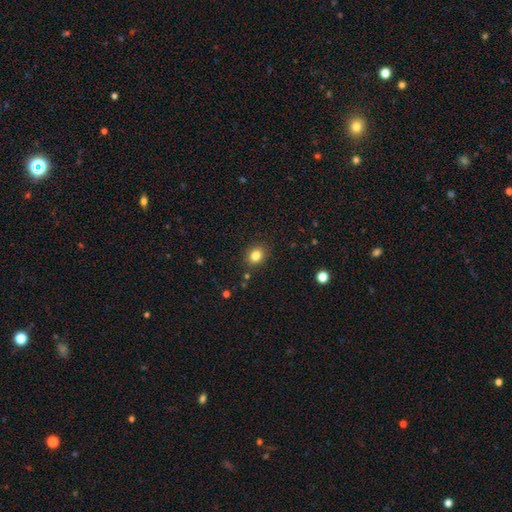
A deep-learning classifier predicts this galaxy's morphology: Smooth or featured? smooth (83%)
How rounded? round (61%)
Merging? none (87%)